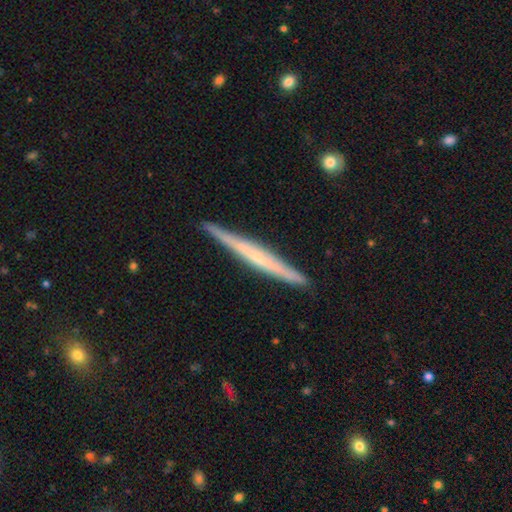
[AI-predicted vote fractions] Smooth or featured?
  - featured or disk: 66% *
  - smooth: 28%
  - star or artifact: 5%
Edge-on disk?
  - yes: 97% *
  - no: 3%
Edge-on bulge?
  - none: 52% *
  - rounded: 38%
  - boxy: 9%
Merging?
  - none: 89% *
  - minor disturbance: 8%
  - major disturbance: 1%
  - merger: 1%